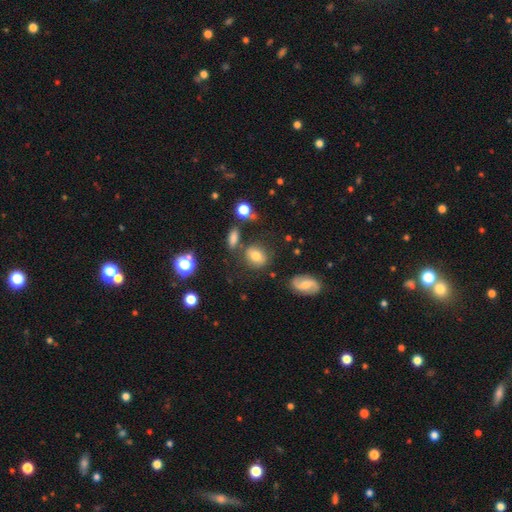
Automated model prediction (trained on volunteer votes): The model was most divided on "how rounded" (2-way tie): in between: 49%, round: 49%, cigar-shaped: 2%. More confident: merging — none (72%); smooth or featured — smooth (71%).